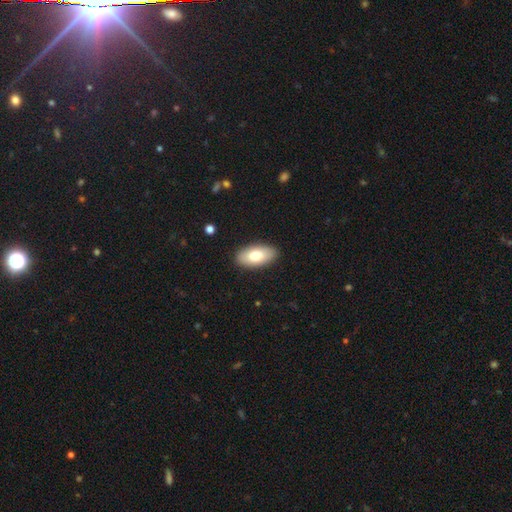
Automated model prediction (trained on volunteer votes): Overall: smooth (80%). How rounded: in between (94%). Merging: none (89%).